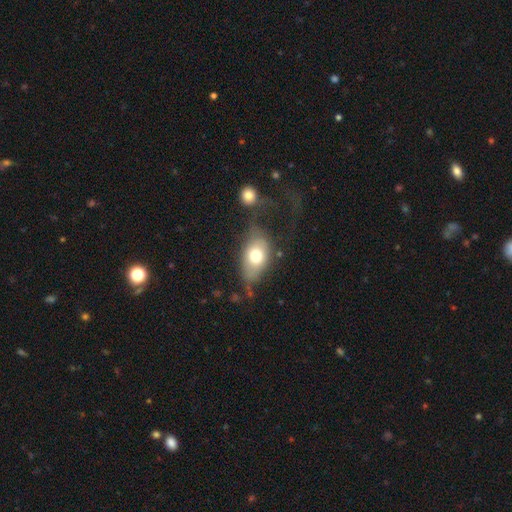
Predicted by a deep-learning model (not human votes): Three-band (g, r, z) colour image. It shows a smooth galaxy with no disk features (70%) that is in between round and cigar-shaped (84%). Merging: none (47%).